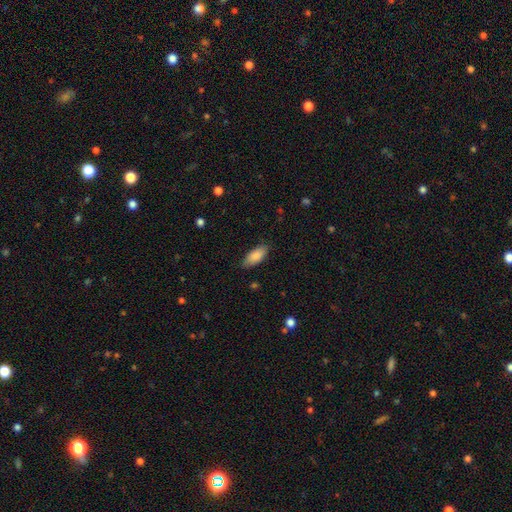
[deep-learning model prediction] Smooth or featured: smooth — 87% (featured or disk — 7%)
How rounded: in between — 82% (cigar-shaped — 16%)
Merging: none — 84% (minor disturbance — 13%)